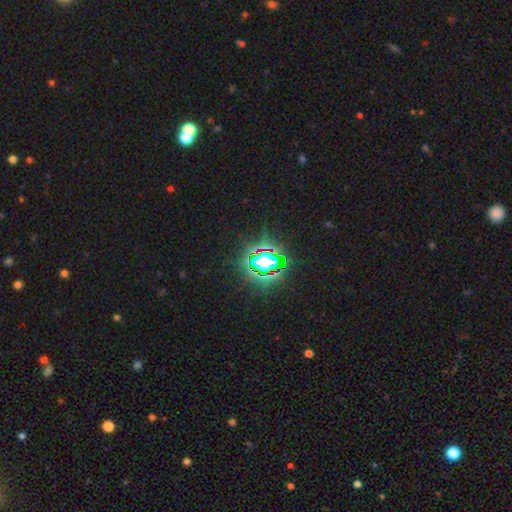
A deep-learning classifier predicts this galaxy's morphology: type=star or artifact (74%).